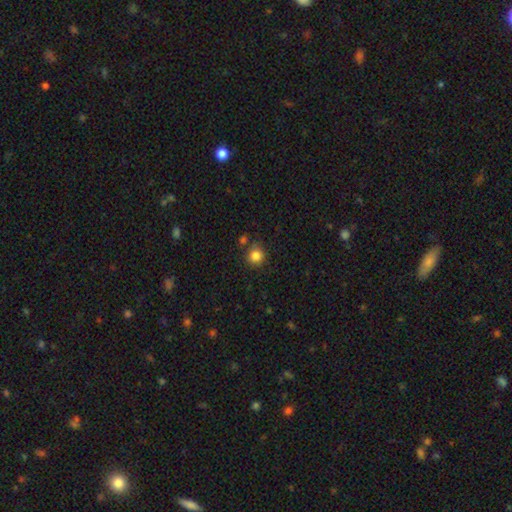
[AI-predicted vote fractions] Smooth or featured? Predicted: smooth (p=0.84). How rounded? Predicted: round (p=0.91). Merging? Predicted: none (p=0.79).